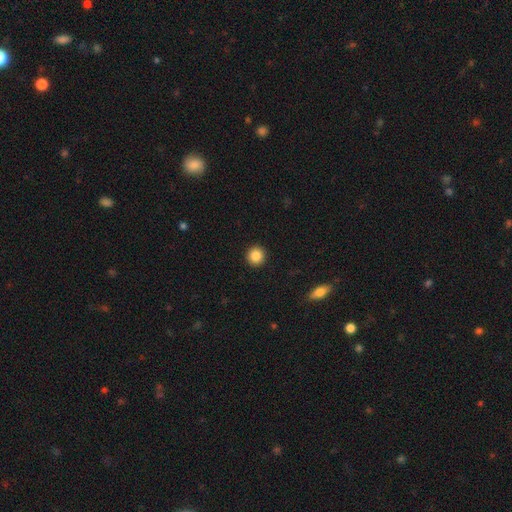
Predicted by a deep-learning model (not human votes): A smooth galaxy with no disk features (86%) that is round (94%).

Vote fractions:
- Smooth or featured? smooth: 86% / star or artifact: 9% / featured or disk: 4%
- How rounded? round: 94% / in between: 5% / cigar-shaped: 1%
- Merging? none: 93% / minor disturbance: 4% / major disturbance: 2% / merger: 1%